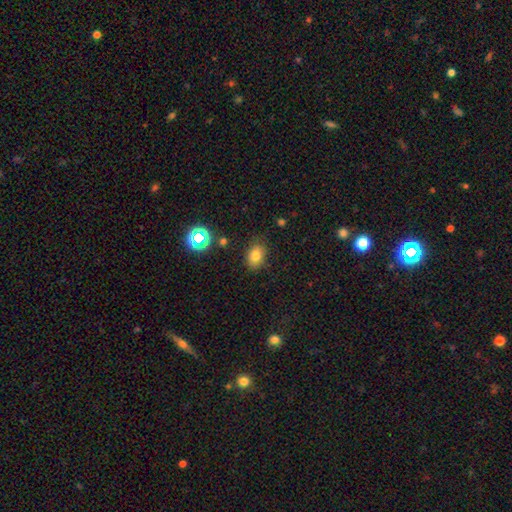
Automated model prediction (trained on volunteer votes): Overall: smooth (77%). How rounded: in between (75%). Merging: none (83%).